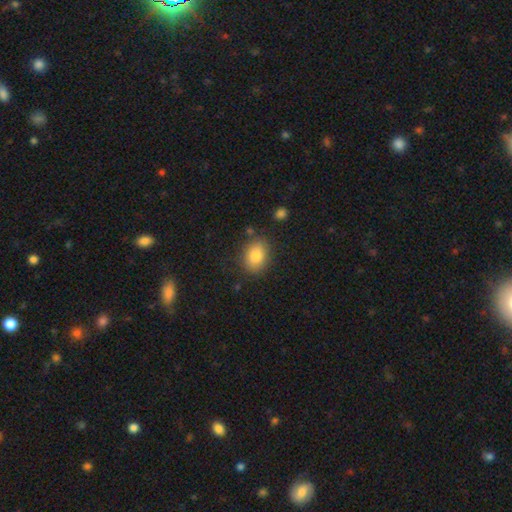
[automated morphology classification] Smooth or featured? smooth (85%)
How rounded? in between (68%)
Merging? none (79%)